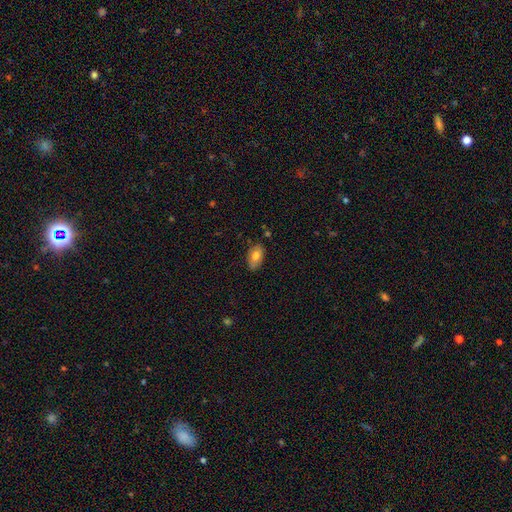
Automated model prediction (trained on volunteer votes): Smooth or featured: smooth — 74% (featured or disk — 18%)
How rounded: in between — 91% (round — 8%)
Merging: none — 80% (minor disturbance — 16%)